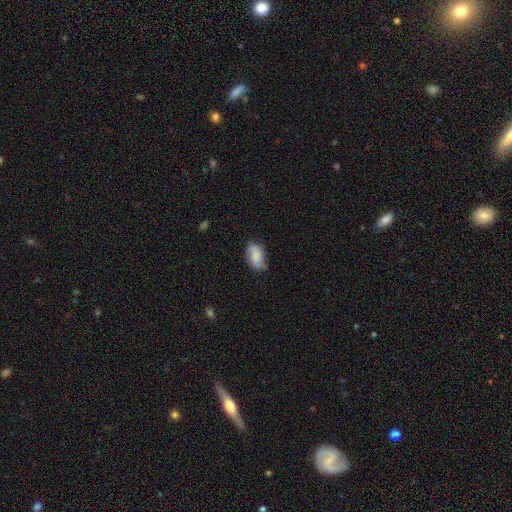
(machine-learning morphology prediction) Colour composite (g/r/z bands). It shows a smooth galaxy with no disk features (63%) that is in between round and cigar-shaped (90%). Merging: none (67%).